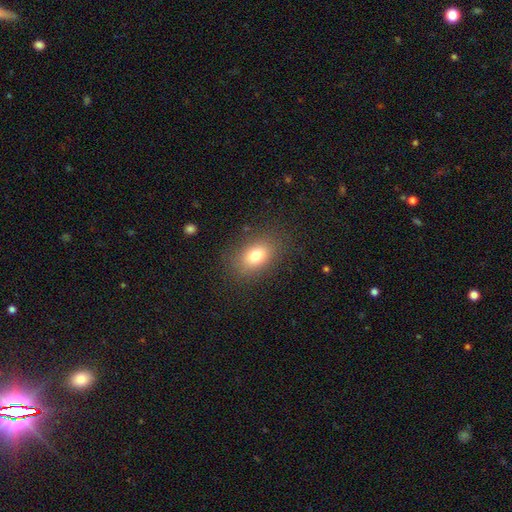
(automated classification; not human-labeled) Smooth or featured? smooth (77%)
How rounded? in between (75%)
Merging? none (83%)